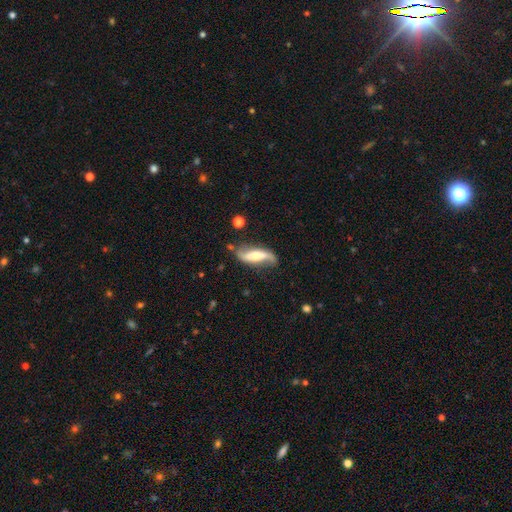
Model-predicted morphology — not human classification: A featured or disk galaxy (74%) with no bar (37%), 2 (89%) loose (81%) spiral arms (90%) and a moderate central bulge (55%). Merging: none (68%).